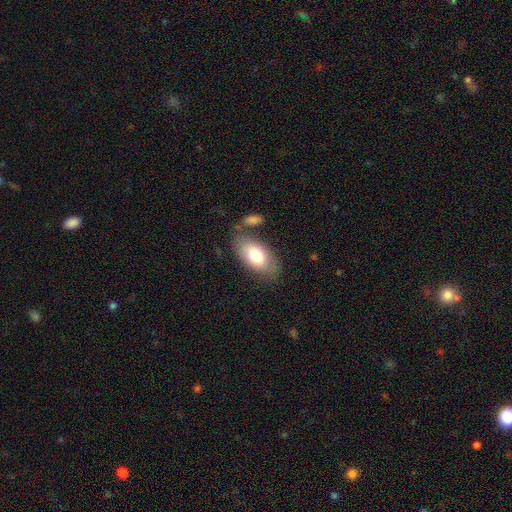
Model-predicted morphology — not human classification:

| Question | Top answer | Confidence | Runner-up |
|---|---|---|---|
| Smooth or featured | smooth | 75% | featured or disk (19%) |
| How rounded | in between | 93% | round (4%) |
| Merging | none | 70% | minor disturbance (16%) |